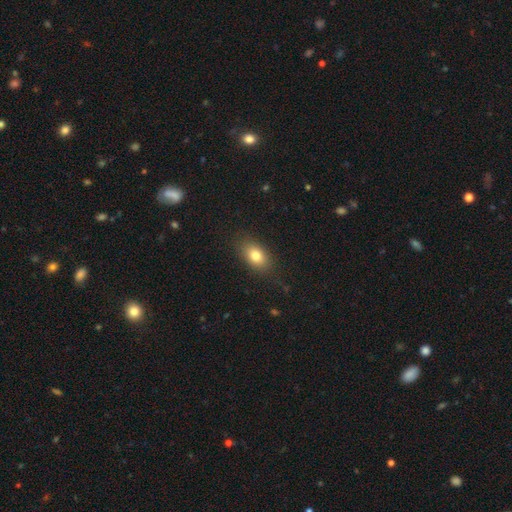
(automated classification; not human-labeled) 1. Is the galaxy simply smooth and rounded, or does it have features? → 81% smooth, 10% featured or disk, 9% star or artifact.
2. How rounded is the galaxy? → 84% in between, 13% round, 3% cigar-shaped.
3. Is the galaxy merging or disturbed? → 84% none, 11% minor disturbance, 3% major disturbance, 1% merger.